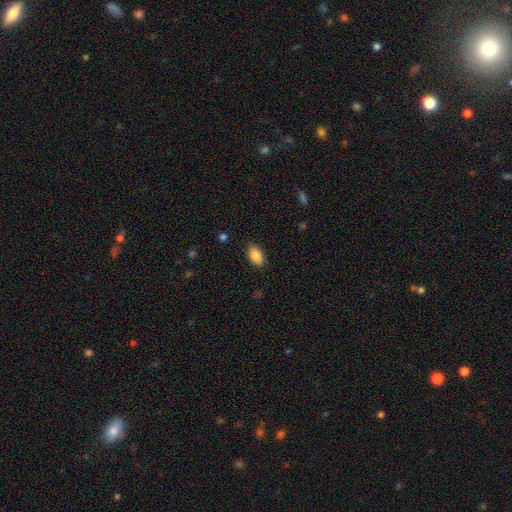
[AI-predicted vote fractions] A smooth galaxy with no disk features (87%) that is in between round and cigar-shaped (93%). Merging: none (86%).